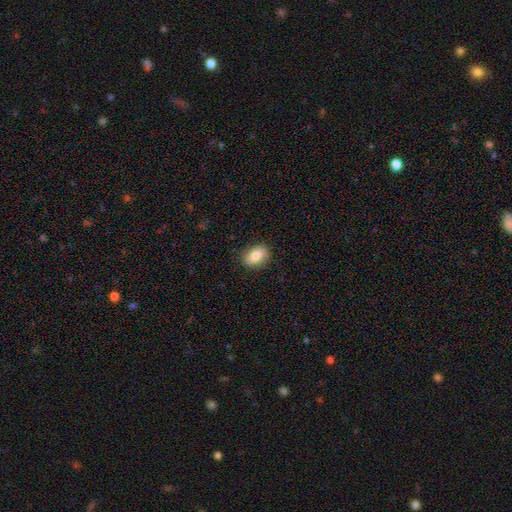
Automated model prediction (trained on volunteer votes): A smooth galaxy with no disk features (81%) that is in between round and cigar-shaped (82%).

Vote fractions:
- Smooth or featured? smooth: 81% / featured or disk: 11% / star or artifact: 8%
- How rounded? in between: 82% / round: 16% / cigar-shaped: 2%
- Merging? none: 86% / minor disturbance: 11% / major disturbance: 2% / merger: 1%